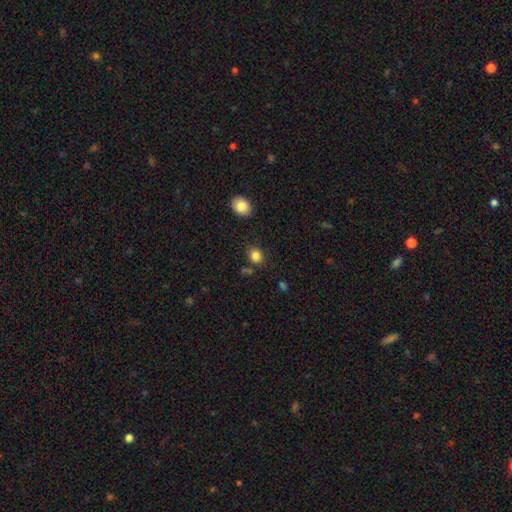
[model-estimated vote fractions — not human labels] Morphology: type=smooth (84%); roundness=round (62%); merging=none (82%).